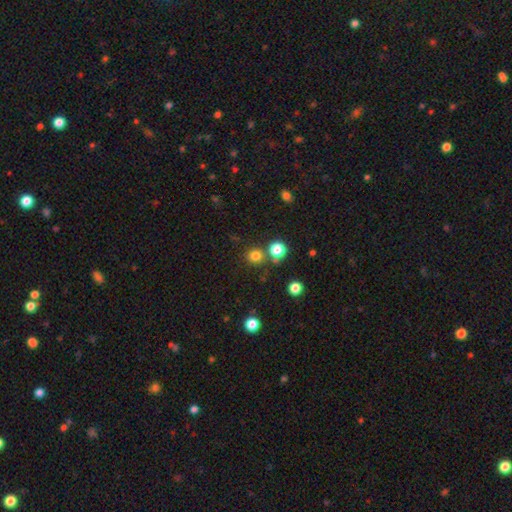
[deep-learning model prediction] Smooth or featured? smooth (78%)
How rounded? round (91%)
Merging? none (78%)